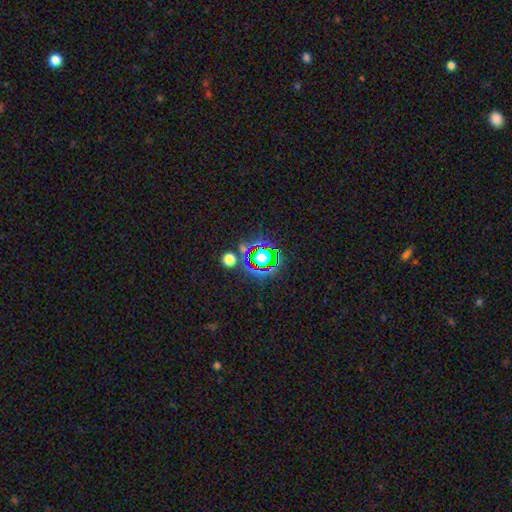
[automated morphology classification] type=star or artifact (76%).